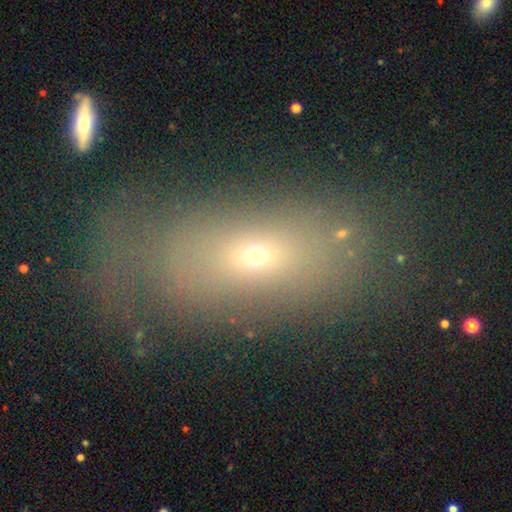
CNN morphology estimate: Smooth or featured?
  - smooth: 54% *
  - featured or disk: 25%
  - star or artifact: 21%
How rounded?
  - in between: 74% *
  - round: 14%
  - cigar-shaped: 12%
Merging?
  - none: 61% *
  - minor disturbance: 17%
  - major disturbance: 17%
  - merger: 6%